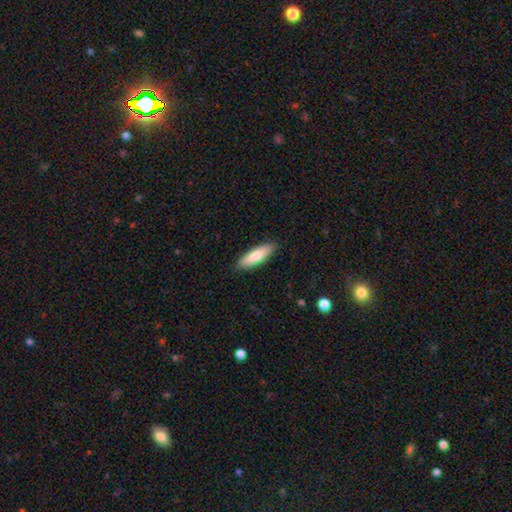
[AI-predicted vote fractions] Smooth or featured? Predicted: smooth (p=0.81). How rounded? Predicted: cigar-shaped (p=0.53). Merging? Predicted: none (p=0.89).